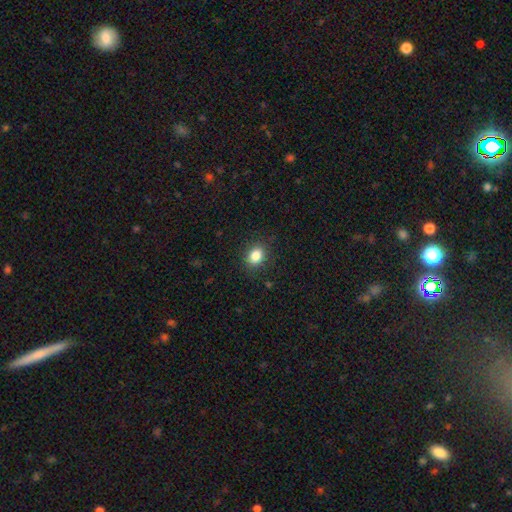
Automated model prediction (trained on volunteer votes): Smooth or featured?
  - smooth: 85% *
  - star or artifact: 10%
  - featured or disk: 5%
How rounded?
  - in between: 56% *
  - round: 42%
  - cigar-shaped: 1%
Merging?
  - none: 87% *
  - minor disturbance: 9%
  - major disturbance: 3%
  - merger: 1%